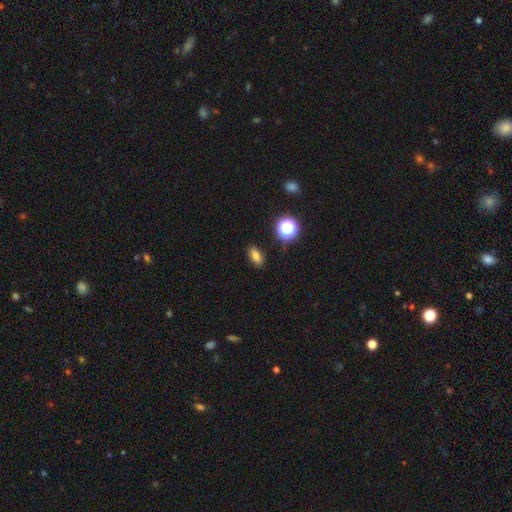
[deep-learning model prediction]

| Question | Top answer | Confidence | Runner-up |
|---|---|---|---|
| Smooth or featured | smooth | 76% | star or artifact (15%) |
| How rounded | in between | 76% | round (12%) |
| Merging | none | 87% | minor disturbance (9%) |